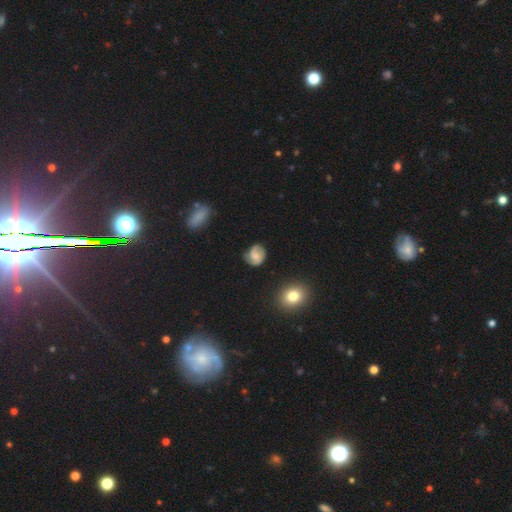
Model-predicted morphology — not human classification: Smooth or featured?
  - featured or disk: 57% *
  - smooth: 35%
  - star or artifact: 8%
Edge-on disk?
  - no: 97% *
  - yes: 3%
Bar?
  - no: 49% *
  - weak: 42%
  - strong: 9%
Spiral arms?
  - yes: 88% *
  - no: 12%
Bulge size?
  - small: 36% *
  - moderate: 32%
  - none: 25%
  - large: 5%
  - dominant: 2%
Merging?
  - none: 70% *
  - minor disturbance: 21%
  - major disturbance: 7%
  - merger: 2%